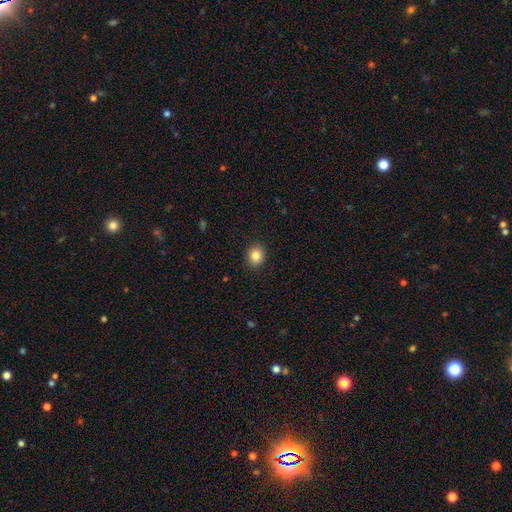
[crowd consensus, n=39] Volunteers were most divided on "how rounded": round: 76%, in between: 24%, cigar-shaped: 0%. More confident: smooth or featured — smooth (95%); merging — none (95%).